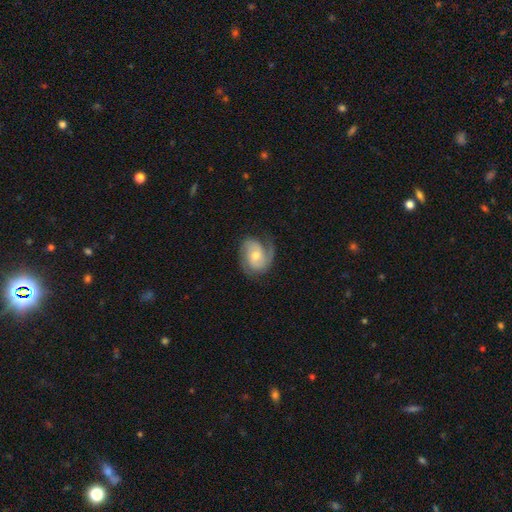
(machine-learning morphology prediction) featured or disk 76%, smooth 18%, star or artifact 6%. Down the decision tree: edge-on disk — no (97%); bar — no (64%); spiral arms — yes (94%); spiral arm count — 2 (65%); spiral winding — medium (41%, tied with tight); bulge size — moderate (60%); merging — none (65%).